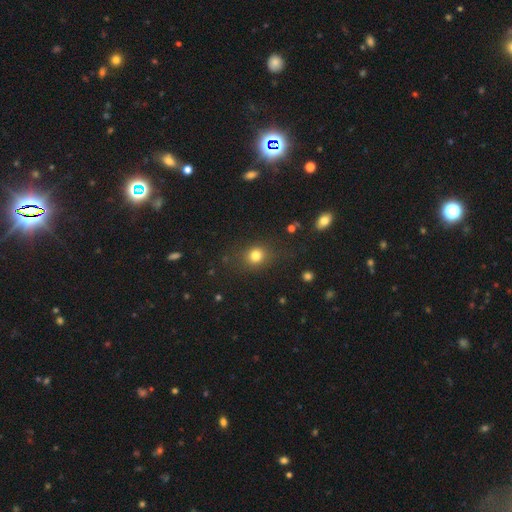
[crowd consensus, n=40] This is clearly a smooth galaxy (88%). How rounded: clearly round (91%). Merging: likely none (74%).